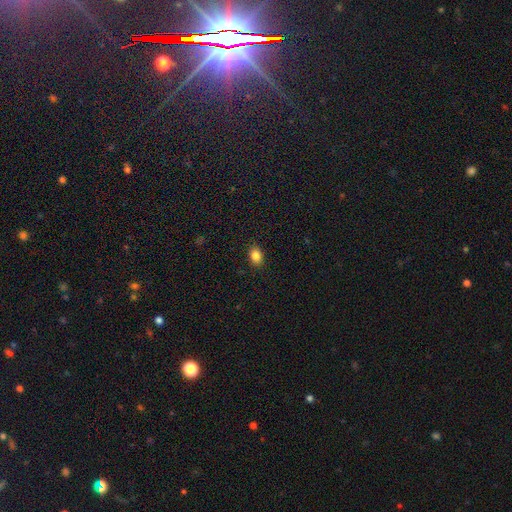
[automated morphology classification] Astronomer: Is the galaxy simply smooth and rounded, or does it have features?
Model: smooth — 85%.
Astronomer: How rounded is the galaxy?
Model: in between — 78%.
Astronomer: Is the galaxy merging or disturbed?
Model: none — 89%.